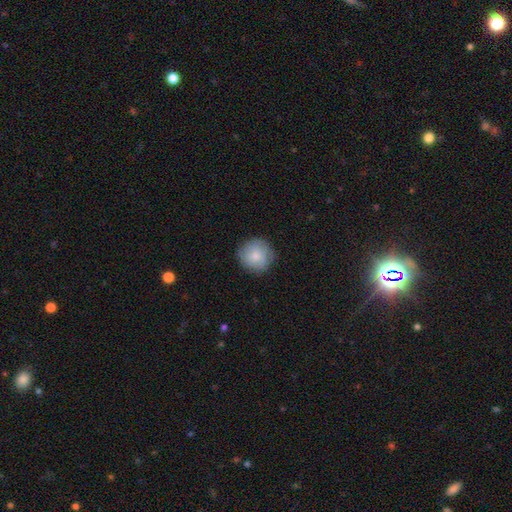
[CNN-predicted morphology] type=smooth (70%); roundness=round (93%); merging=none (83%).